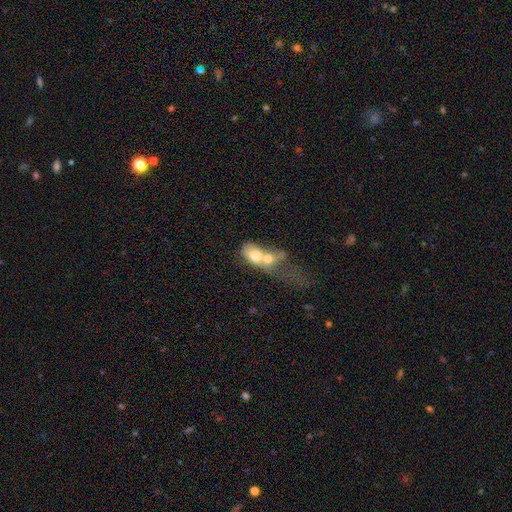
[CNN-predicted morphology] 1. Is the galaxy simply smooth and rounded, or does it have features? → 62% smooth, 30% featured or disk, 8% star or artifact.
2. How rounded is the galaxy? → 65% in between, 30% round, 5% cigar-shaped.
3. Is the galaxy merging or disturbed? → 80% merger, 9% major disturbance, 7% none, 4% minor disturbance.